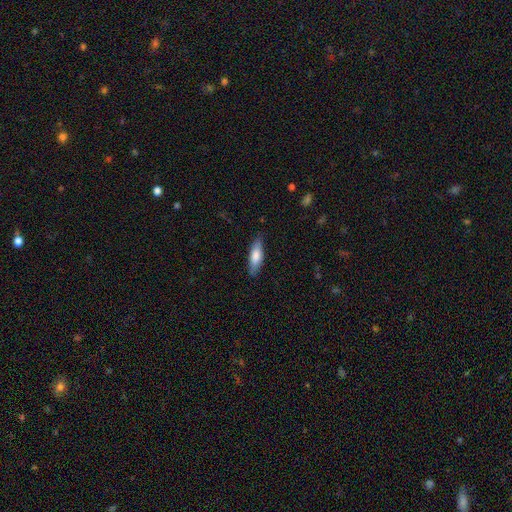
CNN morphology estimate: Overall: smooth (73%). How rounded: in between (49%, tied with cigar-shaped). Merging: none (82%).